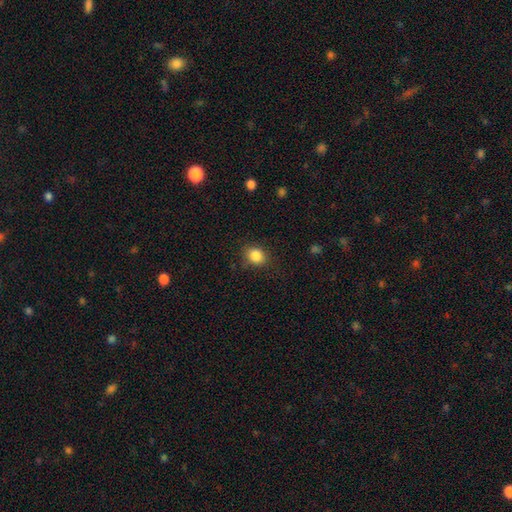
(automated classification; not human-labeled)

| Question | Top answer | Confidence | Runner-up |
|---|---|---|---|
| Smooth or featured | smooth | 86% | star or artifact (10%) |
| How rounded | round | 59% | in between (40%) |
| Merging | none | 82% | minor disturbance (13%) |